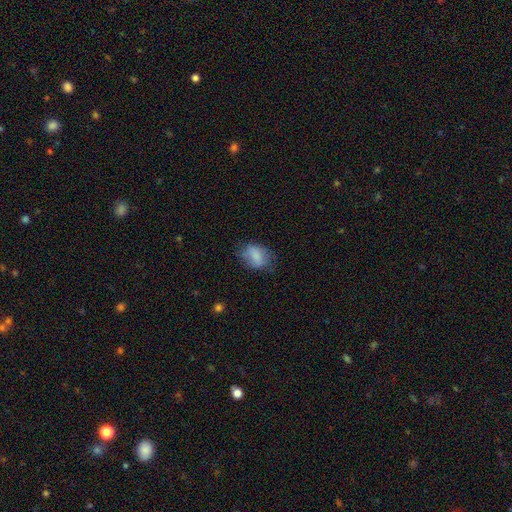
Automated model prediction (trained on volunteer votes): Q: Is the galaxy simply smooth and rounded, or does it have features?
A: smooth — 77%.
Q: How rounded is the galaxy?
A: in between — 76%.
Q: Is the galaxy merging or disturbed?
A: none — 62%.